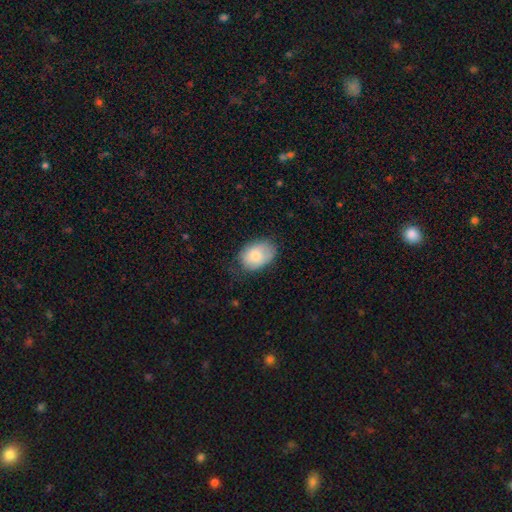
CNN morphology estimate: This appears to be a smooth galaxy with no disk features (81%) that is in between round and cigar-shaped (81%). Merging: none (64%).